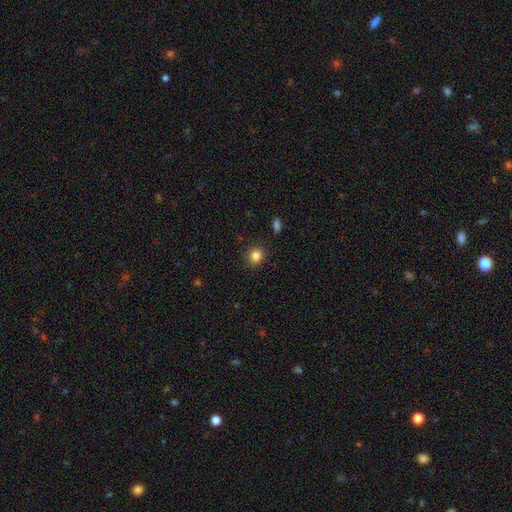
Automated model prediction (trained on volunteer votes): Smooth or featured? Predicted: smooth (p=0.85). How rounded? Predicted: round (p=0.80). Merging? Predicted: none (p=0.88).